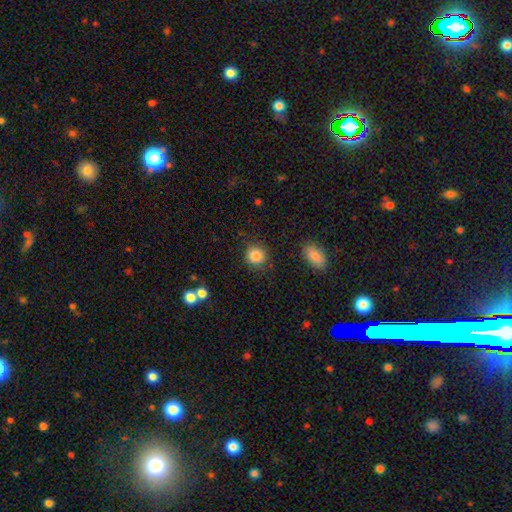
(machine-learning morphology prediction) Smooth or featured? smooth (86%)
How rounded? round (87%)
Merging? none (82%)